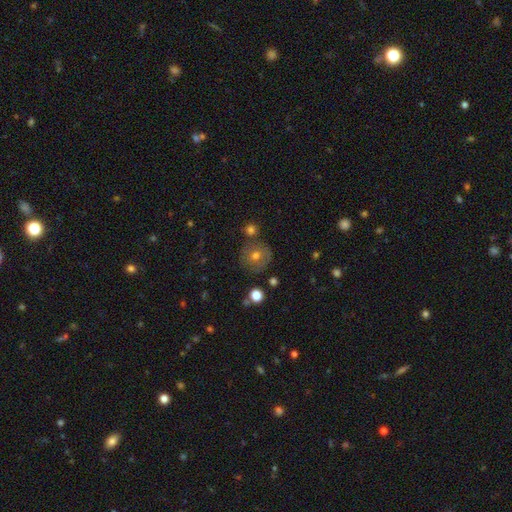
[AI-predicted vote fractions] smooth-or-featured: smooth: 65% | featured or disk: 23% | star or artifact: 12%
  how-rounded: round: 92% | in between: 8% | cigar-shaped: 1%
  merging: none: 77% | minor disturbance: 12% | merger: 7% | major disturbance: 4%